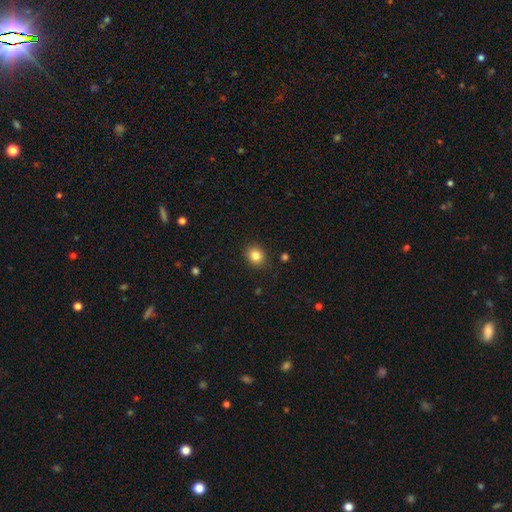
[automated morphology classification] Smooth or featured: smooth — 84% (star or artifact — 11%)
How rounded: round — 69% (in between — 30%)
Merging: none — 89% (minor disturbance — 7%)